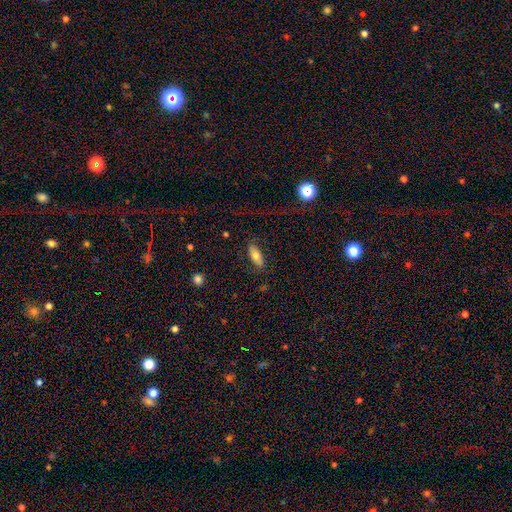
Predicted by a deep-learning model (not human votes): This appears to be a smooth galaxy with no disk features (72%) that is in between round and cigar-shaped (76%). Merging: none (80%).